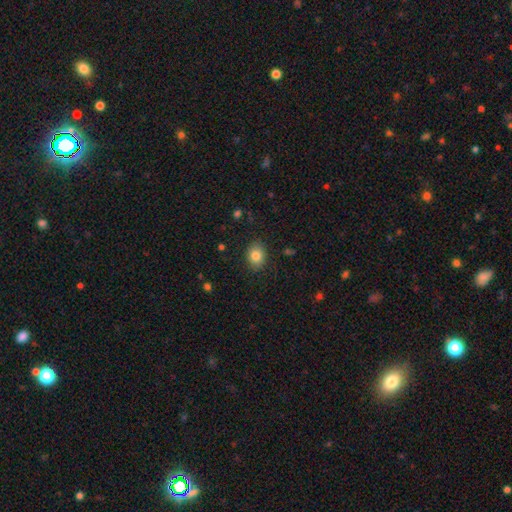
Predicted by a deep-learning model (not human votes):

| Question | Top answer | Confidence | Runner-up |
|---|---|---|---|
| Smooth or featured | smooth | 83% | star or artifact (9%) |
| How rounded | in between | 55% | round (44%) |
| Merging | none | 88% | minor disturbance (9%) |